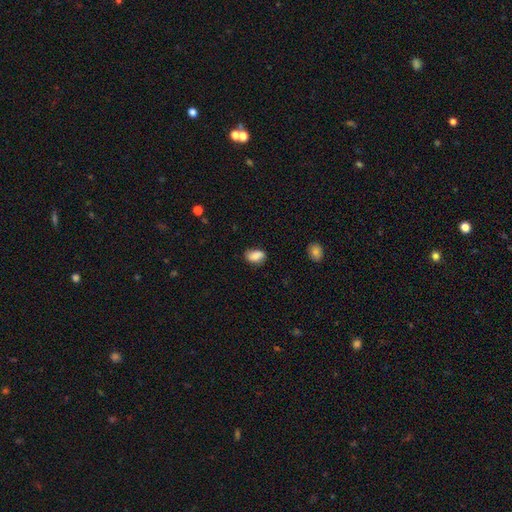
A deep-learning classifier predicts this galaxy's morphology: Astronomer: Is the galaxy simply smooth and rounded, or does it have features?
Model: smooth — 83%.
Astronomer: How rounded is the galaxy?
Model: in between — 86%.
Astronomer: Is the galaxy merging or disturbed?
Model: none — 71%.